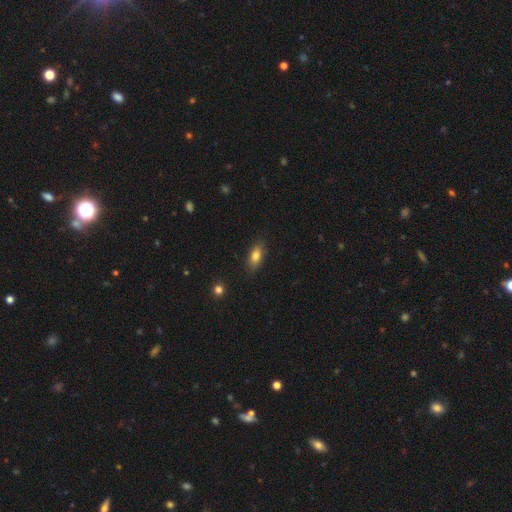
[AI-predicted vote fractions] Smooth or featured?
  - smooth: 80% *
  - featured or disk: 11%
  - star or artifact: 9%
How rounded?
  - in between: 83% *
  - cigar-shaped: 11%
  - round: 6%
Merging?
  - none: 85% *
  - minor disturbance: 12%
  - major disturbance: 3%
  - merger: 1%